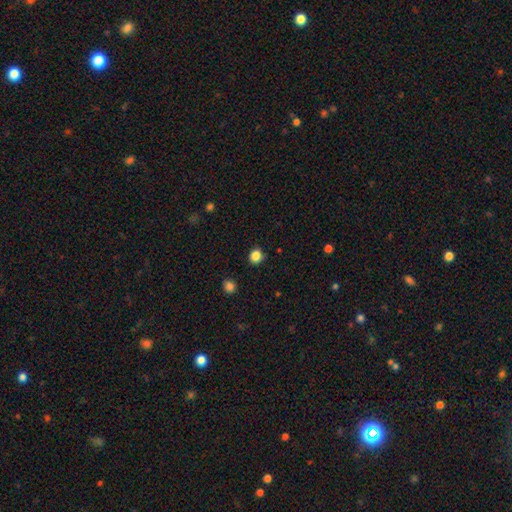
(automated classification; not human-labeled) The model was most divided on "how rounded": round: 84%, in between: 16%, cigar-shaped: 1%. More confident: merging — none (89%); smooth or featured — smooth (85%).